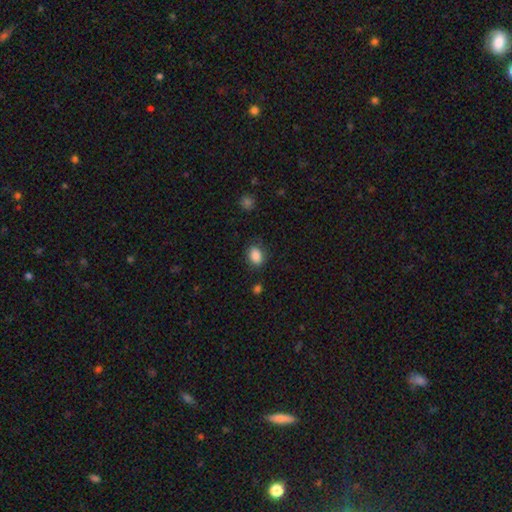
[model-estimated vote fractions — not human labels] A smooth galaxy with no disk features (87%) that is in between round and cigar-shaped (74%). Merging: none (80%).